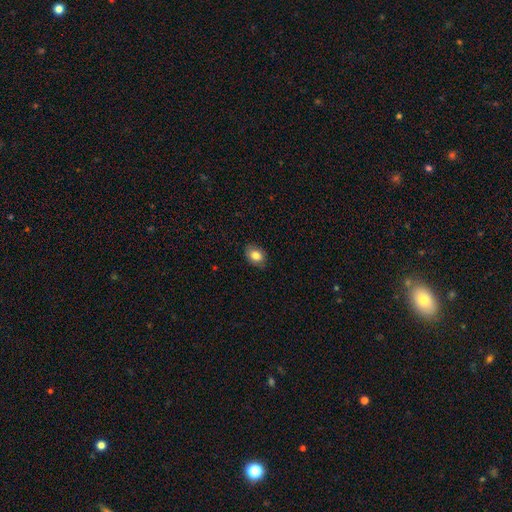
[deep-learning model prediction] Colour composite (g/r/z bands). It shows a smooth galaxy with no disk features (82%) that is in between round and cigar-shaped (72%). Merging: none (85%).